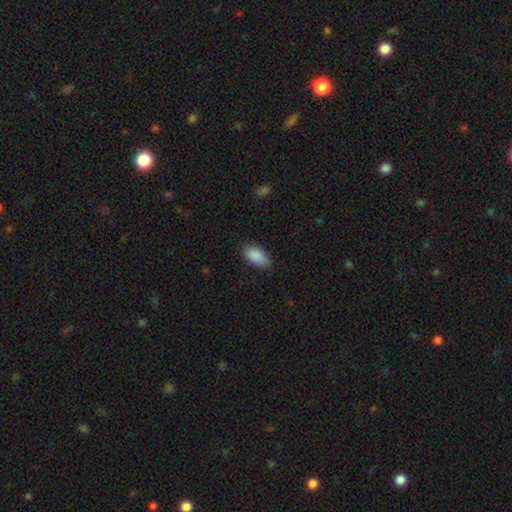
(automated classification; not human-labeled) A smooth galaxy with no disk features (89%) that is in between round and cigar-shaped (92%).

Vote fractions:
- Smooth or featured? smooth: 89% / star or artifact: 7% / featured or disk: 4%
- How rounded? in between: 92% / cigar-shaped: 5% / round: 3%
- Merging? none: 79% / minor disturbance: 17% / major disturbance: 3% / merger: 1%